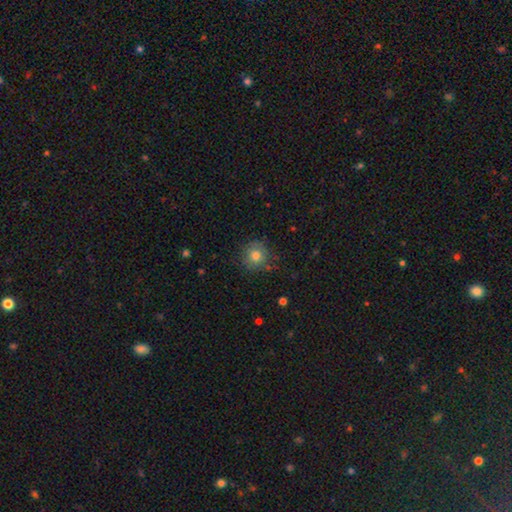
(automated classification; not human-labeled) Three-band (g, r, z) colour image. It shows a smooth galaxy with no disk features (80%) that is round (91%). Merging: none (81%).